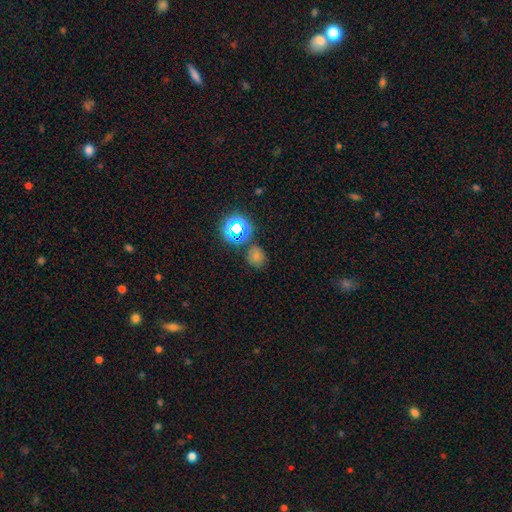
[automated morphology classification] This is likely a smooth galaxy (62%). How rounded: likely round (74%). Merging: likely none (73%).